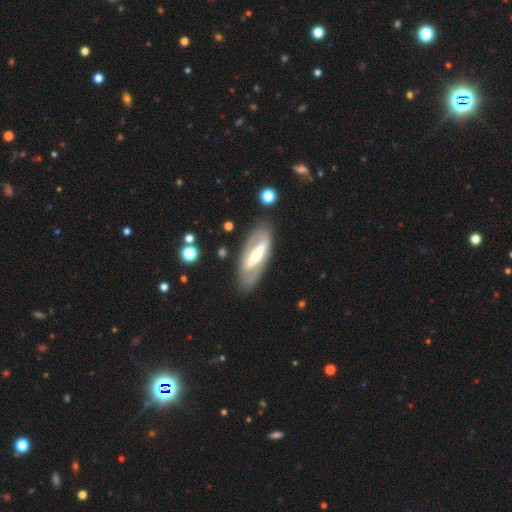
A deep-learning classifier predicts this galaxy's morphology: Smooth or featured: featured or disk — 74% (smooth — 21%)
Edge-on disk: no — 81% (yes — 19%)
Bar: strong — 72% (weak — 17%)
Spiral arms: no — 51% (yes — 49%)
Bulge size: moderate — 55% (small — 27%)
Merging: none — 78% (minor disturbance — 13%)